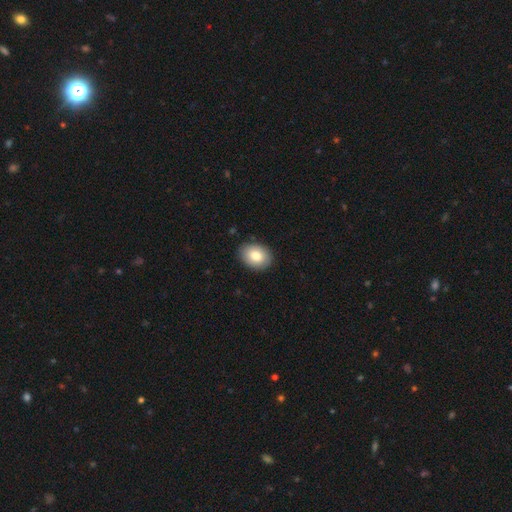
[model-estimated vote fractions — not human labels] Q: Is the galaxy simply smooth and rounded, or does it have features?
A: smooth — 82%.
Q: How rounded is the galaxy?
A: in between — 73%.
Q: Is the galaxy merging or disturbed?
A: none — 87%.